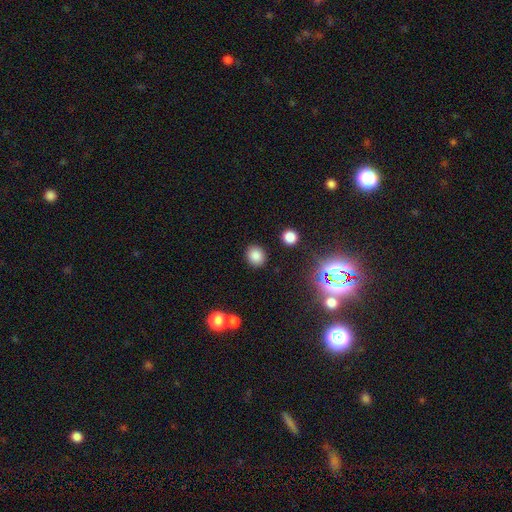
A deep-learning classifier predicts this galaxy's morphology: Smooth or featured?
  - smooth: 83% *
  - star or artifact: 13%
  - featured or disk: 5%
How rounded?
  - round: 74% *
  - in between: 25%
  - cigar-shaped: 1%
Merging?
  - none: 88% *
  - minor disturbance: 7%
  - major disturbance: 2%
  - merger: 2%